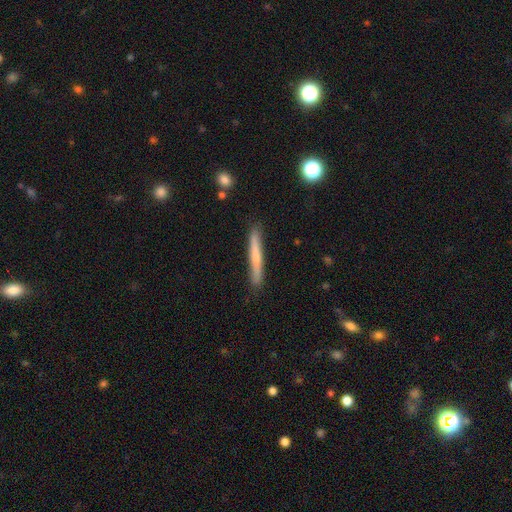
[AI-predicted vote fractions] Smooth or featured?
  - smooth: 57% *
  - featured or disk: 36%
  - star or artifact: 6%
How rounded?
  - cigar-shaped: 96% *
  - in between: 3%
  - round: 1%
Merging?
  - none: 86% *
  - minor disturbance: 10%
  - major disturbance: 2%
  - merger: 2%